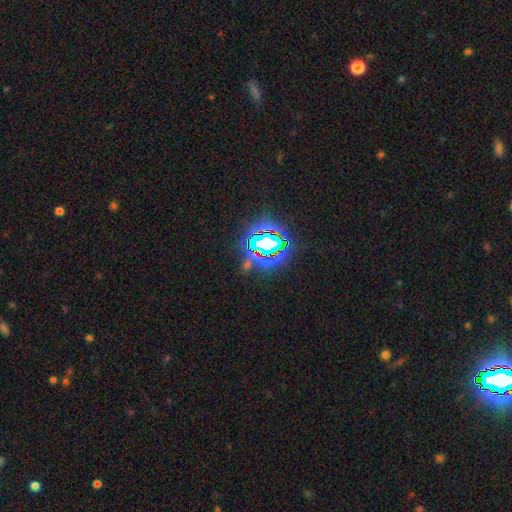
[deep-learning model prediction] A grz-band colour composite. It shows a star or artifact, not a galaxy (83%).